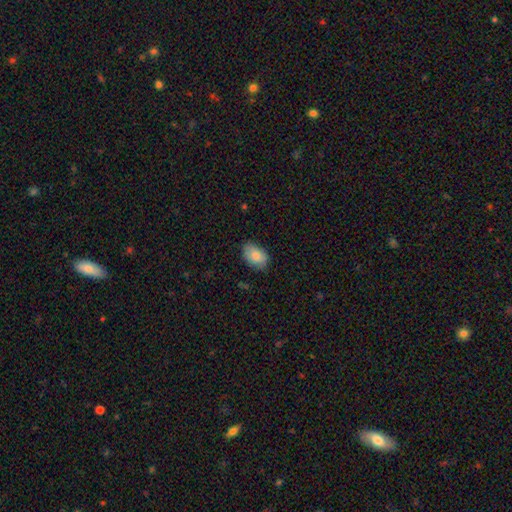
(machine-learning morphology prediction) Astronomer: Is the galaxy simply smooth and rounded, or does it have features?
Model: smooth — 85%.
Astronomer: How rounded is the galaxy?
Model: in between — 88%.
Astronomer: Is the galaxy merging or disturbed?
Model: none — 78%.